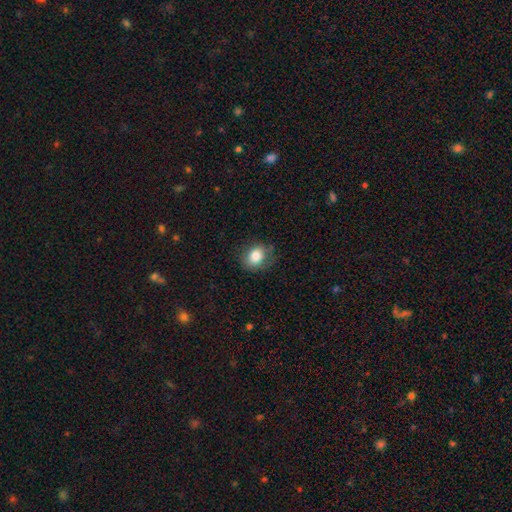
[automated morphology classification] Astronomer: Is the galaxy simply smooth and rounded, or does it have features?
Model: smooth — 82%.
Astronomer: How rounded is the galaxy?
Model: in between — 51% (runner-up: round, 48%).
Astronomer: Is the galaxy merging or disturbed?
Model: none — 72%.